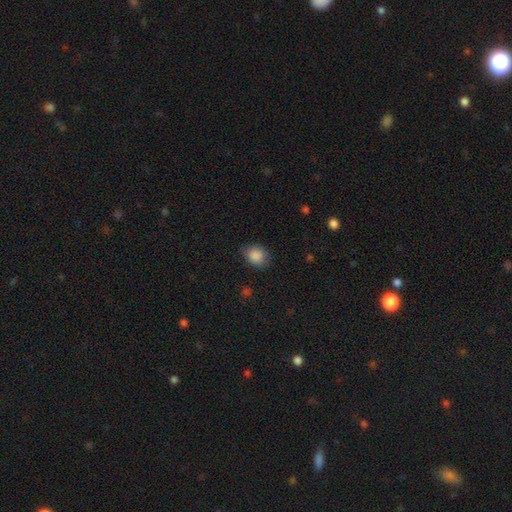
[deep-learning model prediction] smooth 88%, star or artifact 8%, featured or disk 4%. Down the decision tree: how rounded — in between (50%); merging — none (79%).